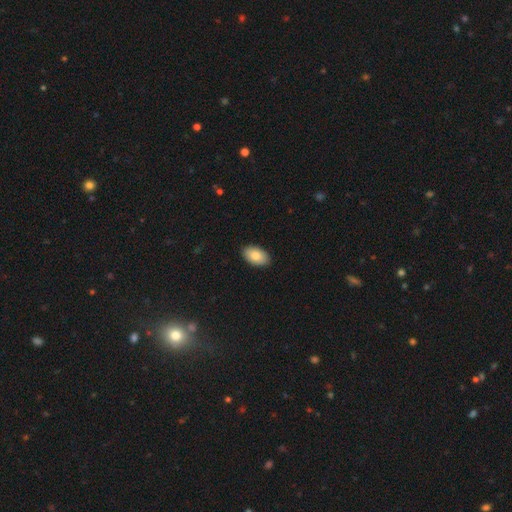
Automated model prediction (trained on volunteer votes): Smooth or featured? smooth (84%)
How rounded? in between (94%)
Merging? none (90%)